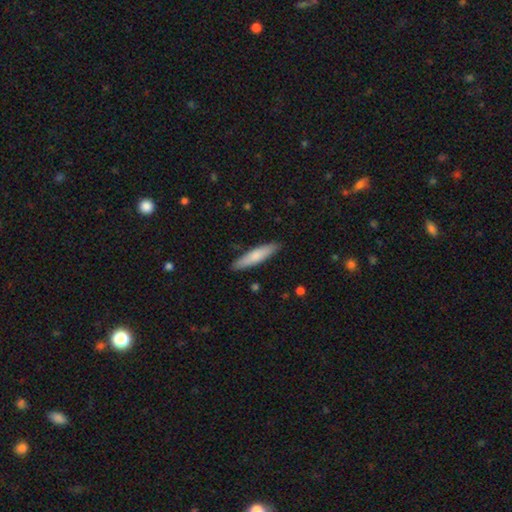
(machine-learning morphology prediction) A smooth galaxy with no disk features (75%) that is cigar-shaped (82%).

Vote fractions:
- Smooth or featured? smooth: 75% / featured or disk: 20% / star or artifact: 5%
- How rounded? cigar-shaped: 82% / in between: 17% / round: 1%
- Merging? none: 88% / minor disturbance: 9% / major disturbance: 2% / merger: 1%